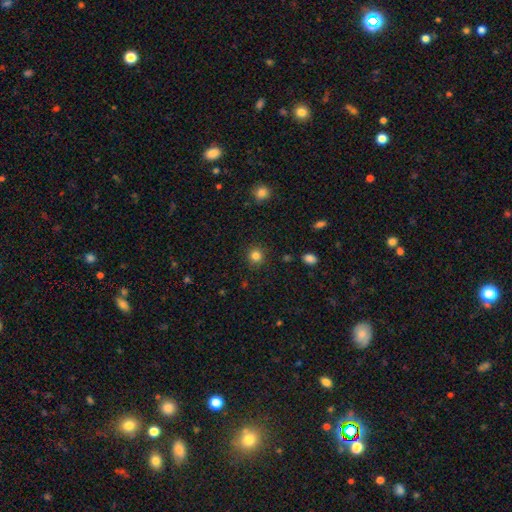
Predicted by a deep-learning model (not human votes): Smooth or featured? Predicted: smooth (p=0.83). How rounded? Predicted: round (p=0.93). Merging? Predicted: none (p=0.90).